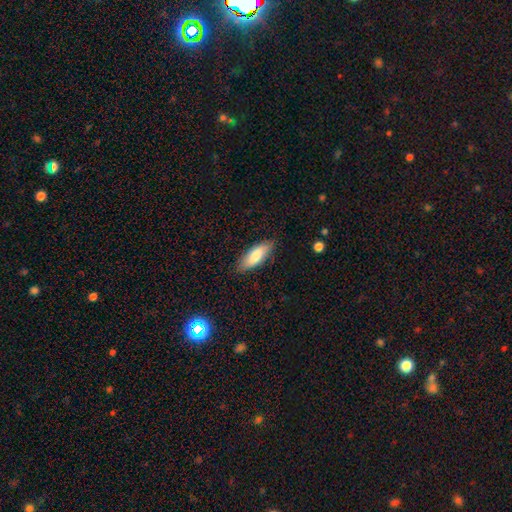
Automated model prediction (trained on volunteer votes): A smooth galaxy with no disk features (78%) that is in between round and cigar-shaped (68%). Merging: none (82%).